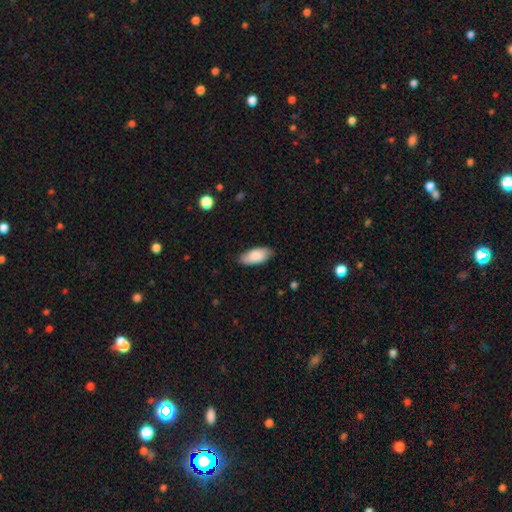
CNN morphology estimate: Smooth or featured: smooth — 85% (featured or disk — 9%)
How rounded: in between — 90% (cigar-shaped — 8%)
Merging: none — 82% (minor disturbance — 14%)